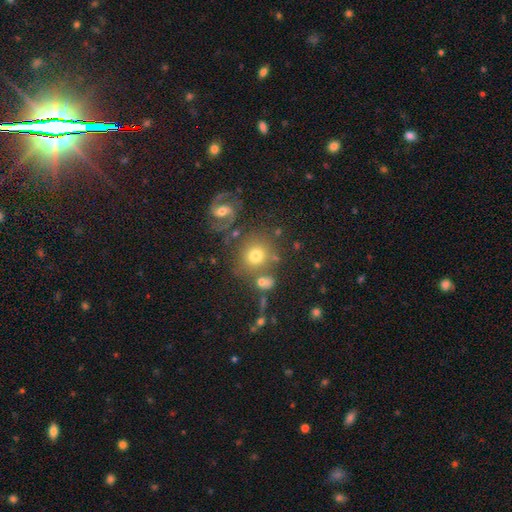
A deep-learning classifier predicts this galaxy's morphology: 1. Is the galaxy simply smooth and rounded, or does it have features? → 68% smooth, 21% featured or disk, 12% star or artifact.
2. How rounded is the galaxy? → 85% round, 14% in between, 1% cigar-shaped.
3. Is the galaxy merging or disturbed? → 66% none, 16% merger, 12% minor disturbance, 6% major disturbance.